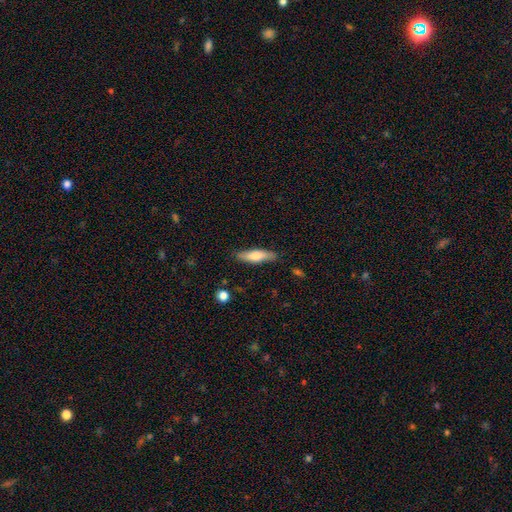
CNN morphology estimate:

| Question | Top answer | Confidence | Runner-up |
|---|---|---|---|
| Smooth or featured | smooth | 67% | featured or disk (27%) |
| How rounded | cigar-shaped | 69% | in between (29%) |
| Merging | none | 85% | minor disturbance (11%) |